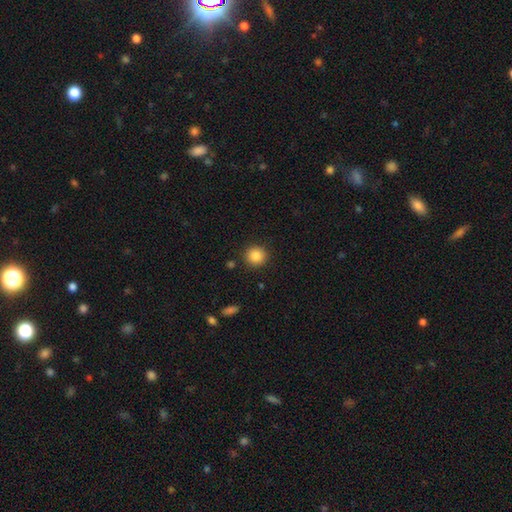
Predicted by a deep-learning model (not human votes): This is clearly a smooth galaxy (86%). How rounded: clearly round (91%). Merging: clearly none (89%).